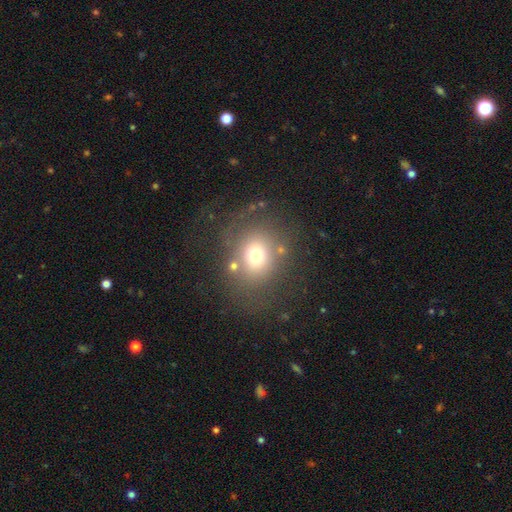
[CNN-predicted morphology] Q: Smooth or featured?
A: smooth (67%); runner-up: star or artifact (18%)
Q: How rounded?
A: round (68%); runner-up: in between (31%)
Q: Merging?
A: none (70%); runner-up: minor disturbance (14%)